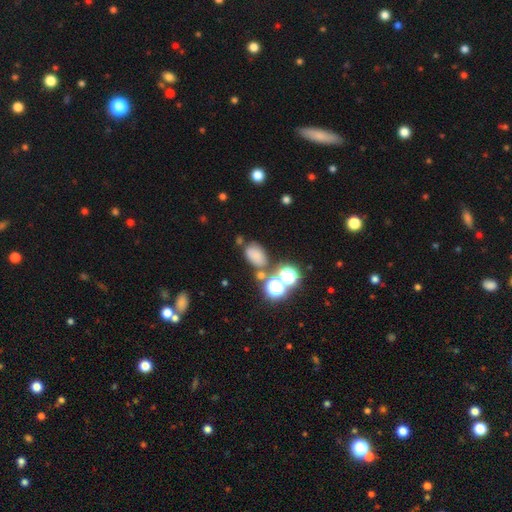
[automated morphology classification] smooth-or-featured: smooth: 67% | star or artifact: 23% | featured or disk: 10%
  how-rounded: in between: 78% | round: 21% | cigar-shaped: 2%
  merging: none: 62% | merger: 17% | minor disturbance: 15% | major disturbance: 6%